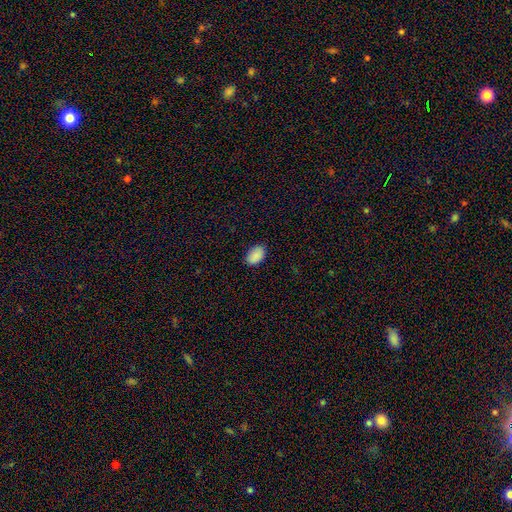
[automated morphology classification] Smooth or featured? Predicted: smooth (p=0.90). How rounded? Predicted: in between (p=0.90). Merging? Predicted: none (p=0.86).